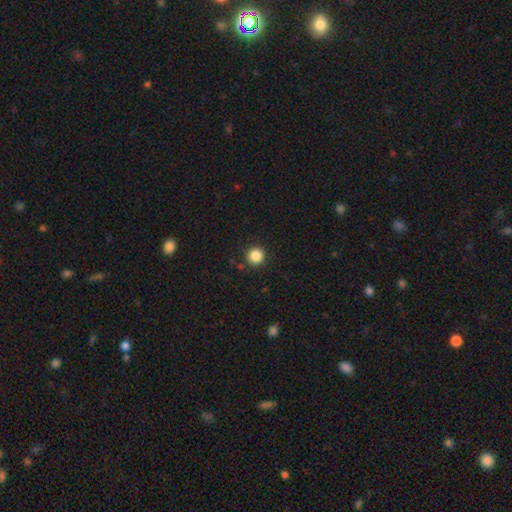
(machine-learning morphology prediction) A smooth galaxy with no disk features (86%) that is round (95%).

Vote fractions:
- Smooth or featured? smooth: 86% / star or artifact: 11% / featured or disk: 3%
- How rounded? round: 95% / in between: 4% / cigar-shaped: 1%
- Merging? none: 91% / minor disturbance: 5% / major disturbance: 2% / merger: 1%